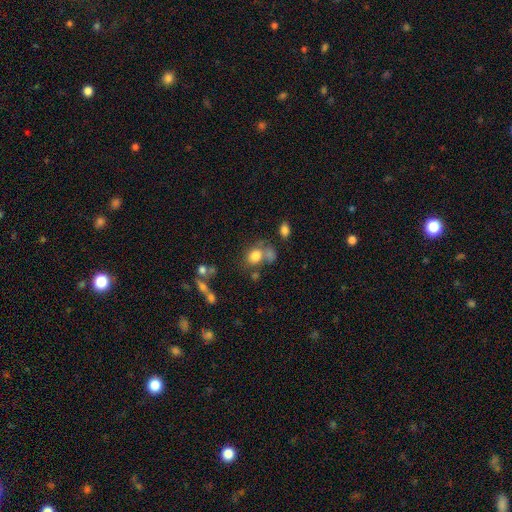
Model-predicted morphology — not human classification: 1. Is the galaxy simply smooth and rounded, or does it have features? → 77% smooth, 12% star or artifact, 11% featured or disk.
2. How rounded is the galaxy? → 58% round, 41% in between, 1% cigar-shaped.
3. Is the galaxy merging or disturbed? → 47% none, 28% merger, 15% minor disturbance, 10% major disturbance.